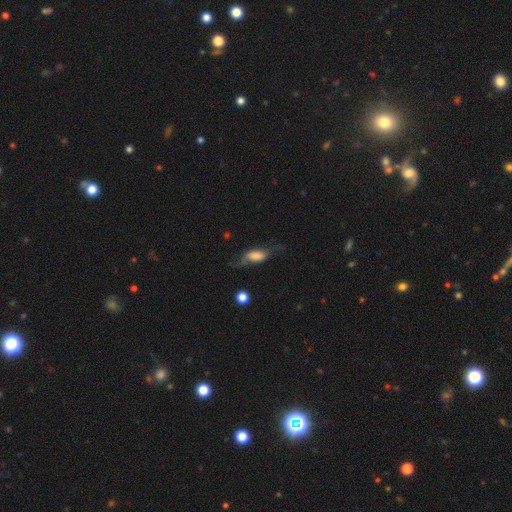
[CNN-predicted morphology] A smooth galaxy with no disk features (56%) that is in between round and cigar-shaped (79%). Merging: none (42%).